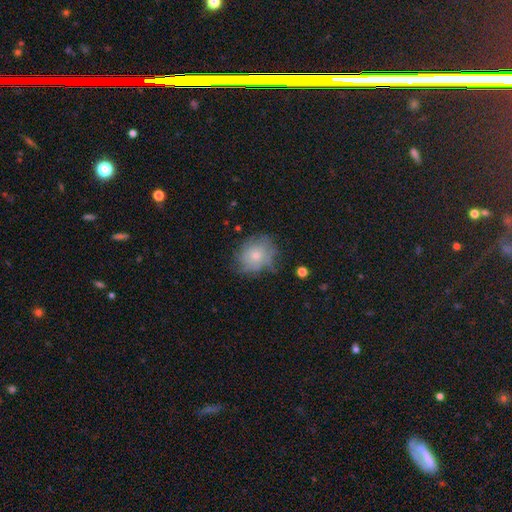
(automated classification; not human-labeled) The model was most divided on "smooth or featured": smooth: 56%, featured or disk: 34%, star or artifact: 9%. More confident: how rounded — round (63%); merging — none (59%).